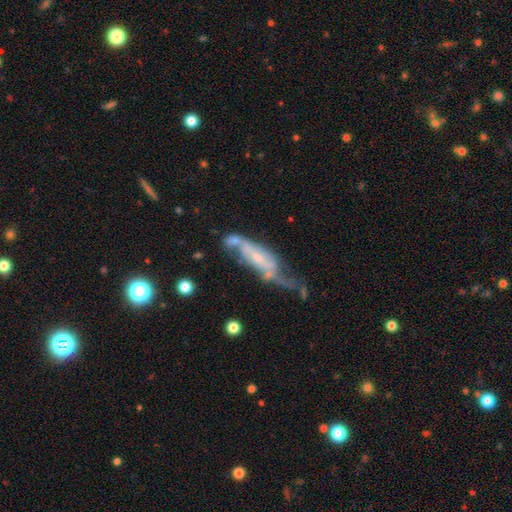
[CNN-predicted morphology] Smooth or featured? Predicted: featured or disk (p=0.75). Edge-on disk? Predicted: no (p=0.76). Bar? Predicted: no (p=0.46). Spiral arms? Predicted: yes (p=0.80). Bulge size? Predicted: small (p=0.60). Merging? Predicted: none (p=0.31).